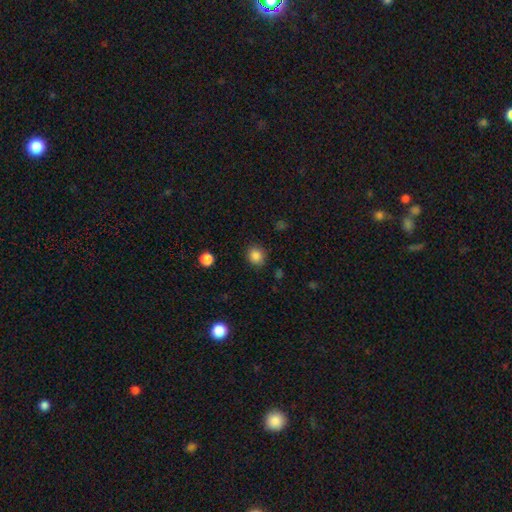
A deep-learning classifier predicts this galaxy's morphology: smooth_or_featured: smooth (p=0.85) [alt: star or artifact p=0.11]
how_rounded: round (p=0.80) [alt: in between p=0.19]
merging: none (p=0.88) [alt: minor disturbance p=0.08]